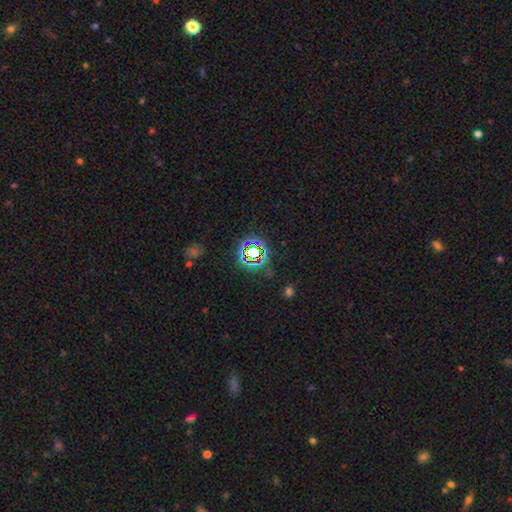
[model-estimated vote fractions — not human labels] A star or artifact, not a galaxy (72%).

Vote fractions:
- Smooth or featured? star or artifact: 72% / smooth: 18% / featured or disk: 10%